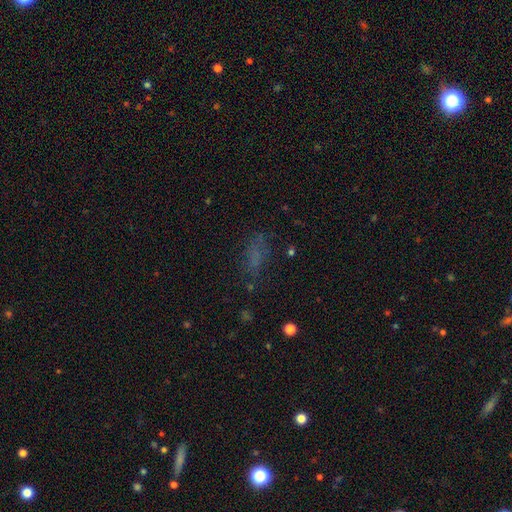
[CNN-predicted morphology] A smooth galaxy with no disk features (57%) that is in between round and cigar-shaped (73%).

Vote fractions:
- Smooth or featured? smooth: 57% / star or artifact: 25% / featured or disk: 18%
- How rounded? in between: 73% / cigar-shaped: 20% / round: 7%
- Merging? none: 57% / minor disturbance: 21% / major disturbance: 17% / merger: 4%